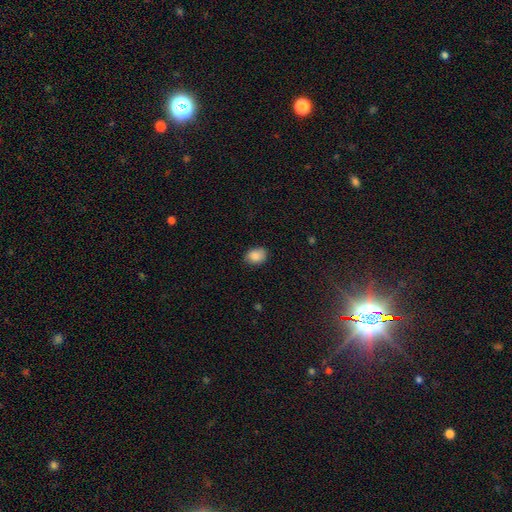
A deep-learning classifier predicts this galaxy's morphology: smooth_or_featured: smooth (p=0.88) [alt: star or artifact p=0.08]
how_rounded: in between (p=0.67) [alt: round p=0.32]
merging: none (p=0.80) [alt: minor disturbance p=0.16]